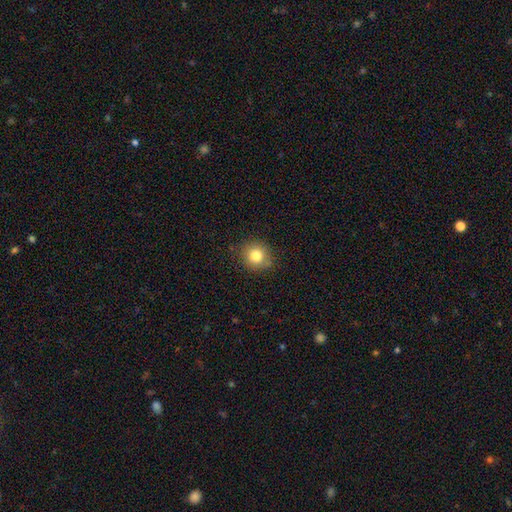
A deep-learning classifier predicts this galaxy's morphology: smooth-or-featured: smooth: 80% | star or artifact: 11% | featured or disk: 8%
  how-rounded: round: 87% | in between: 12% | cigar-shaped: 1%
  merging: none: 84% | minor disturbance: 12% | major disturbance: 3% | merger: 2%